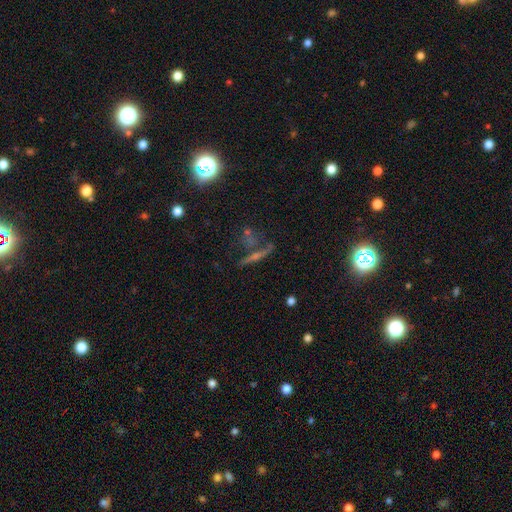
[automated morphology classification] A featured or disk galaxy (45%). Merging: none (64%).